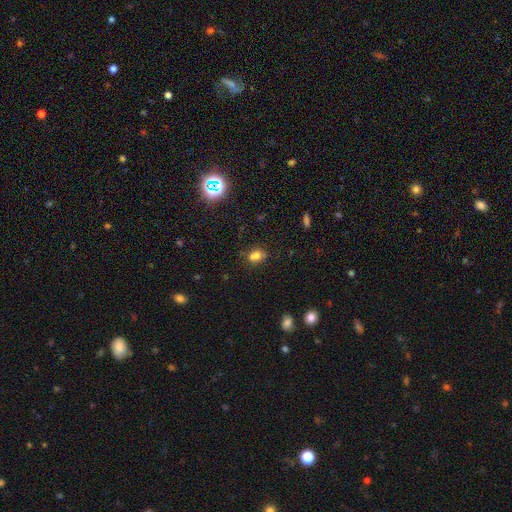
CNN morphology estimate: type=smooth (69%); roundness=round (52%); merging=none (50%).